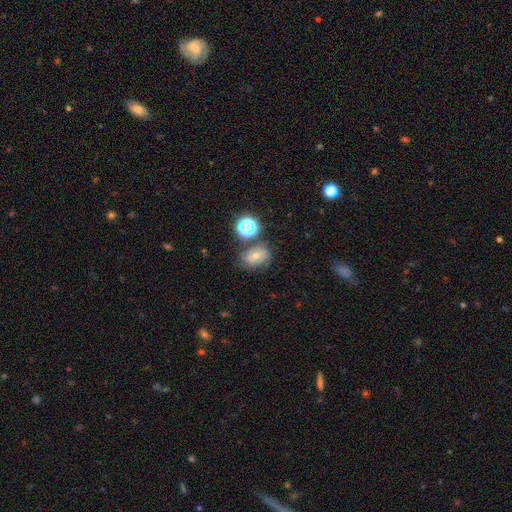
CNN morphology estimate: A smooth galaxy with no disk features (47%).

Vote fractions:
- Smooth or featured? smooth: 47% / star or artifact: 27% / featured or disk: 26%
- Merging? none: 69% / minor disturbance: 15% / merger: 10% / major disturbance: 6%